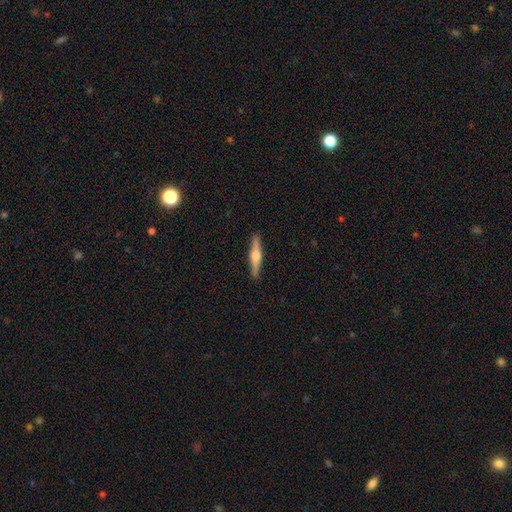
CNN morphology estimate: The model was most divided on "smooth or featured": featured or disk: 67%, smooth: 28%, star or artifact: 5%. More confident: edge-on disk — yes (98%); edge-on bulge — rounded (93%); merging — none (92%).